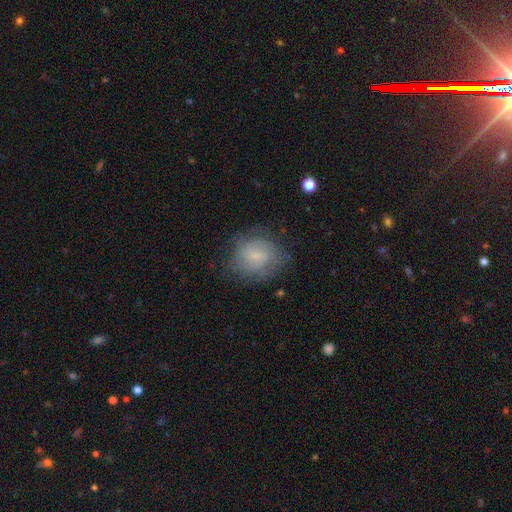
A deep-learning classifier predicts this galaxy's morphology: smooth-or-featured: smooth: 54% | featured or disk: 37% | star or artifact: 9%
  how-rounded: round: 69% | in between: 30% | cigar-shaped: 1%
  merging: none: 69% | minor disturbance: 20% | major disturbance: 10% | merger: 1%